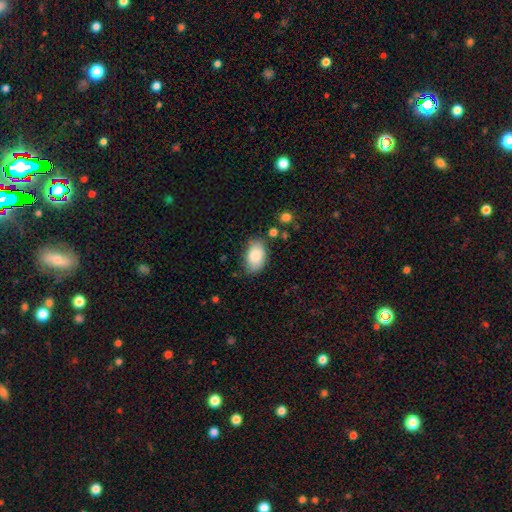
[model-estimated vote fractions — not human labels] A smooth galaxy with no disk features (83%) that is in between round and cigar-shaped (90%).

Vote fractions:
- Smooth or featured? smooth: 83% / featured or disk: 10% / star or artifact: 7%
- How rounded? in between: 90% / round: 8% / cigar-shaped: 1%
- Merging? none: 73% / minor disturbance: 19% / major disturbance: 4% / merger: 3%